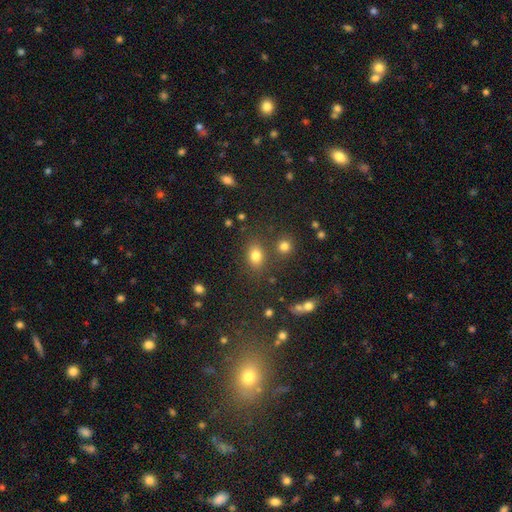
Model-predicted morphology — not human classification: This appears to be a smooth galaxy with no disk features (78%) that is in between round and cigar-shaped (67%). Merging: none (71%).